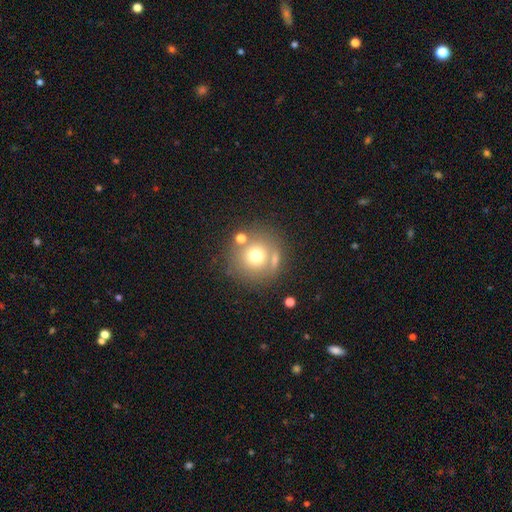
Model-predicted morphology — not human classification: type=smooth (69%); roundness=round (93%); merging=none (71%).